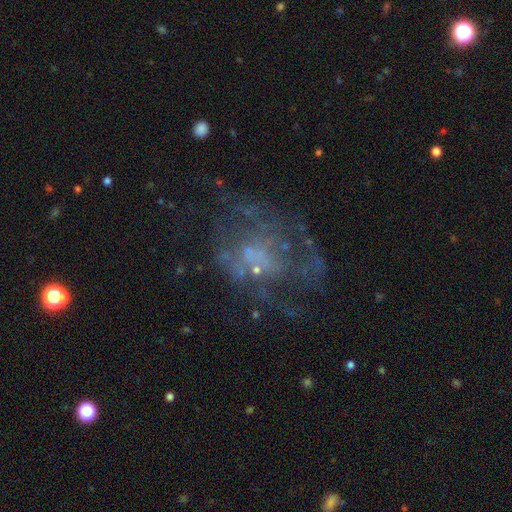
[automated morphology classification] Smooth or featured? Predicted: featured or disk (p=0.62). Edge-on disk? Predicted: no (p=0.97). Bar? Predicted: no (p=0.83). Spiral arms? Predicted: no (p=0.71). Bulge size? Predicted: none (p=0.52). Merging? Predicted: none (p=0.46).